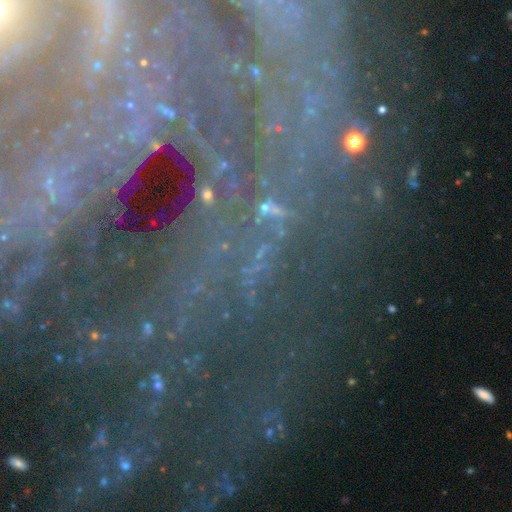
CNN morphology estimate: smooth_or_featured: star or artifact (p=0.48) [alt: featured or disk p=0.39]